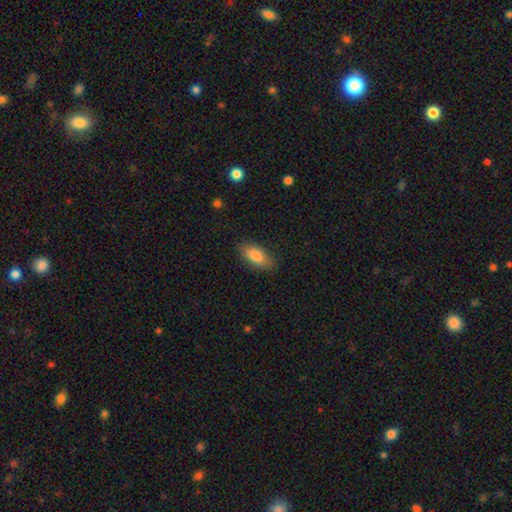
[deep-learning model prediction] smooth-or-featured: smooth: 83% | featured or disk: 10% | star or artifact: 7%
  how-rounded: in between: 87% | cigar-shaped: 10% | round: 3%
  merging: none: 84% | minor disturbance: 12% | major disturbance: 3% | merger: 1%